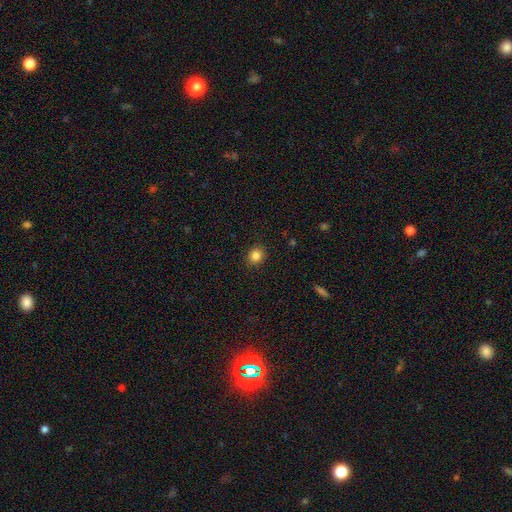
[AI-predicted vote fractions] Smooth or featured? smooth (84%)
How rounded? round (77%)
Merging? none (91%)